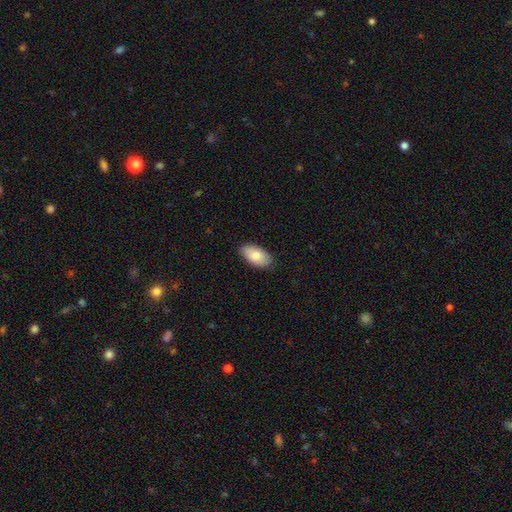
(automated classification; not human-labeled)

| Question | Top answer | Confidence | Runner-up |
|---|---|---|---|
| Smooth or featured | smooth | 82% | featured or disk (12%) |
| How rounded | in between | 95% | round (3%) |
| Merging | none | 86% | minor disturbance (11%) |